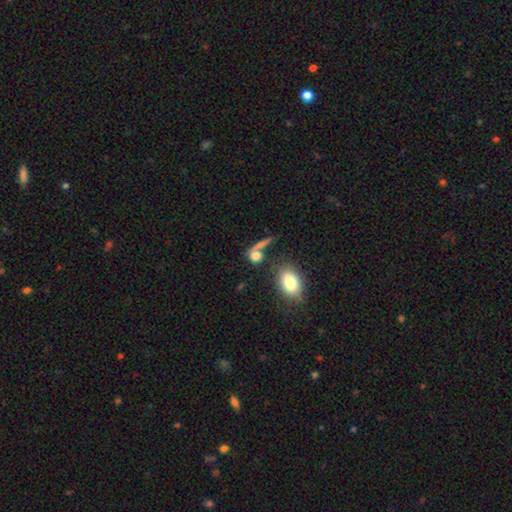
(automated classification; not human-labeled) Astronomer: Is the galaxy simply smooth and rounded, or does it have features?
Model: smooth — 72%.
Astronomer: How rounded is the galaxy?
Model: round — 55% (runner-up: in between, 32%).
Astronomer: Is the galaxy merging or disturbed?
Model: none — 49% (runner-up: merger, 29%).